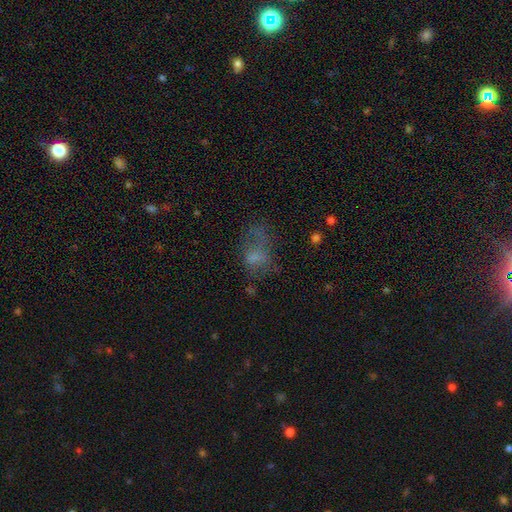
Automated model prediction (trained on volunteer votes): Smooth or featured?
  - smooth: 53% *
  - featured or disk: 29%
  - star or artifact: 18%
How rounded?
  - in between: 79% *
  - round: 18%
  - cigar-shaped: 3%
Merging?
  - major disturbance: 39% *
  - none: 33%
  - minor disturbance: 21%
  - merger: 6%